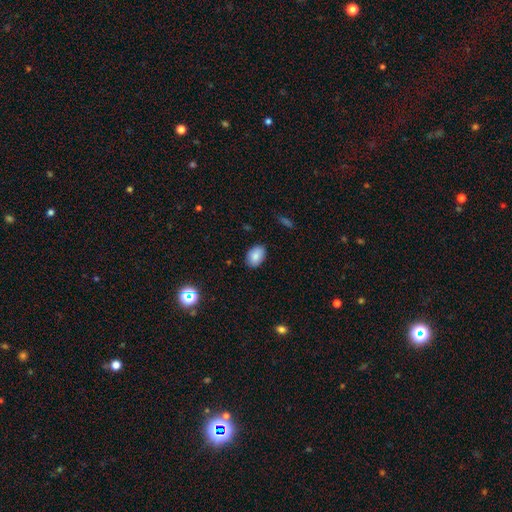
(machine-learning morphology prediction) This is clearly a smooth galaxy (85%). How rounded: clearly in between (83%). Merging: clearly none (85%).